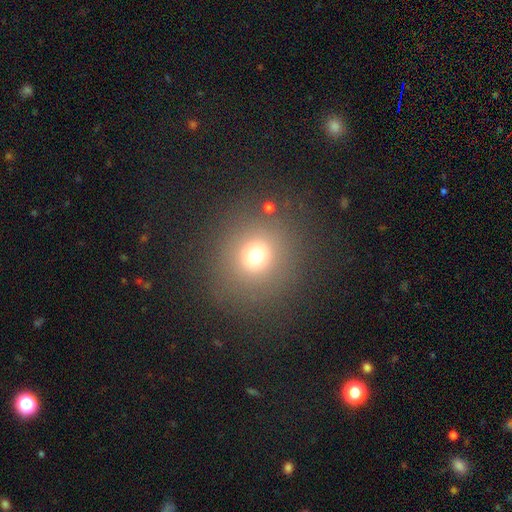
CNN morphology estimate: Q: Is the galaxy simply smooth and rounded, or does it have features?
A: smooth — 69%.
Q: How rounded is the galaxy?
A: round — 90%.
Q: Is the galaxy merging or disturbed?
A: none — 84%.